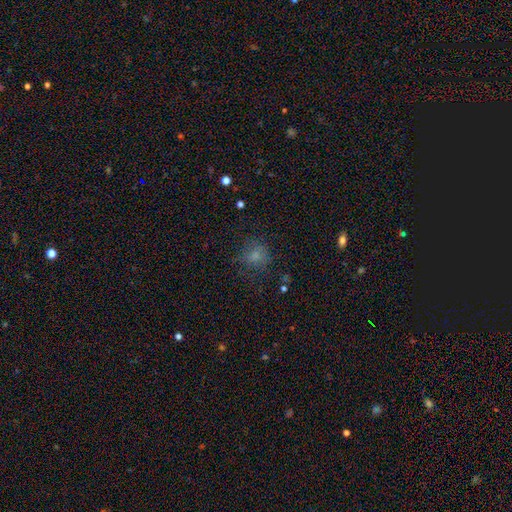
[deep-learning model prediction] A smooth galaxy with no disk features (73%) that is round (77%).

Vote fractions:
- Smooth or featured? smooth: 73% / star or artifact: 17% / featured or disk: 10%
- How rounded? round: 77% / in between: 22% / cigar-shaped: 1%
- Merging? none: 69% / minor disturbance: 18% / major disturbance: 11% / merger: 2%